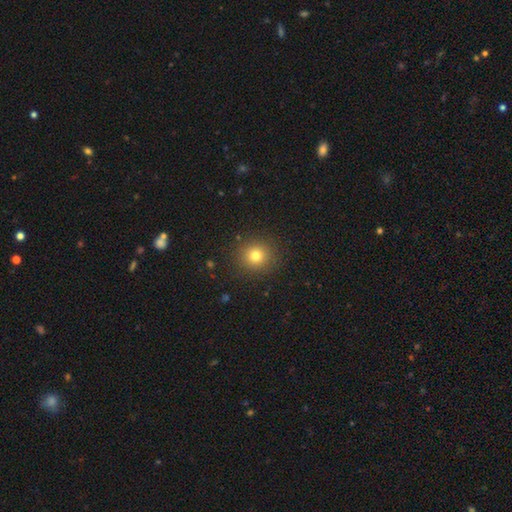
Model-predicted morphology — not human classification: Overall: smooth (77%). How rounded: round (91%). Merging: none (90%).